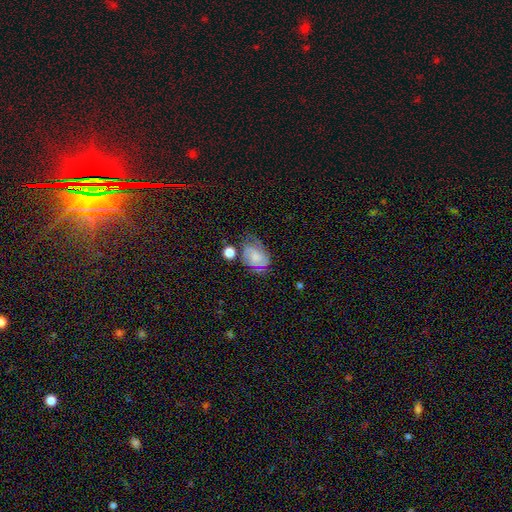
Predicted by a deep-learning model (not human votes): smooth-or-featured: smooth: 55% | featured or disk: 34% | star or artifact: 11%
  how-rounded: in between: 73% | round: 25% | cigar-shaped: 1%
  merging: none: 43% | minor disturbance: 32% | major disturbance: 17% | merger: 8%